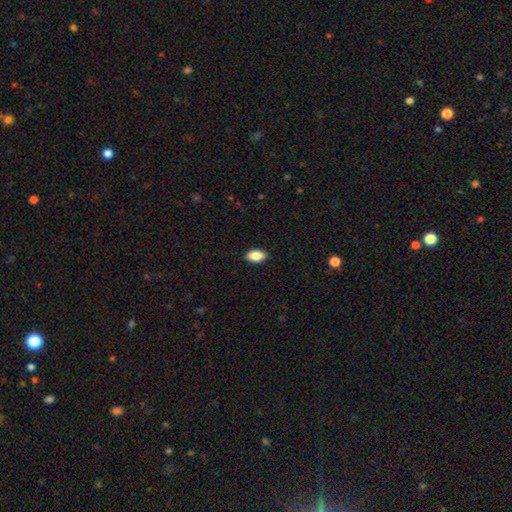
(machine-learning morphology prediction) Smooth or featured? smooth (87%)
How rounded? in between (92%)
Merging? none (89%)